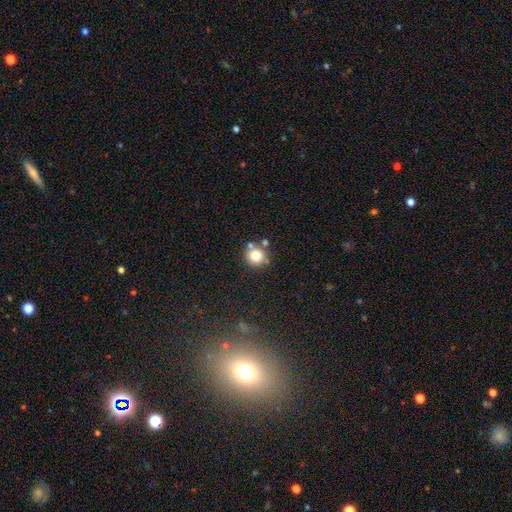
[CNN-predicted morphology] Smooth or featured: smooth — 78% (star or artifact — 12%)
How rounded: round — 92% (in between — 7%)
Merging: none — 73% (merger — 14%)